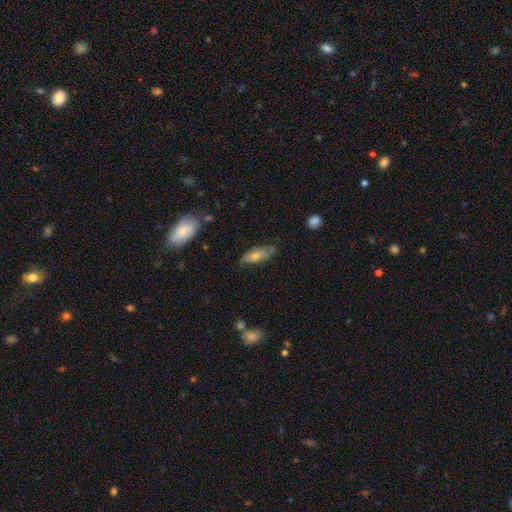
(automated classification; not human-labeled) This appears to be a smooth galaxy with no disk features (61%) that is in between round and cigar-shaped (68%). Merging: none (69%).